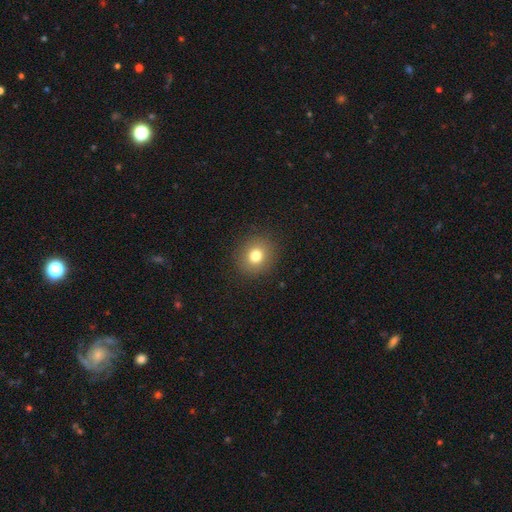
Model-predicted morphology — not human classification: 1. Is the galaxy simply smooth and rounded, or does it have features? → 78% smooth, 12% star or artifact, 10% featured or disk.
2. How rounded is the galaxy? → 81% round, 18% in between, 1% cigar-shaped.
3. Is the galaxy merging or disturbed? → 90% none, 7% minor disturbance, 3% major disturbance, 1% merger.